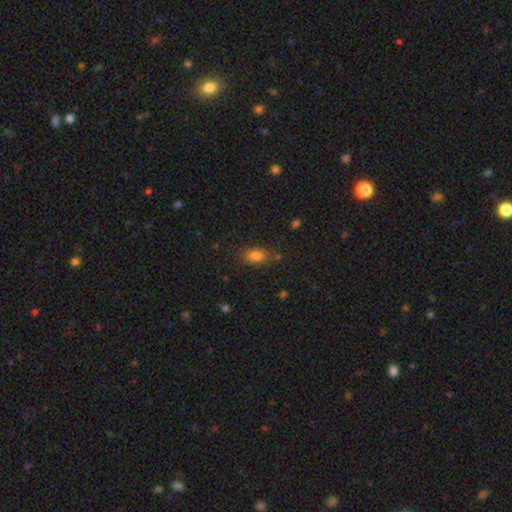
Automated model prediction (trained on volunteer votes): A smooth galaxy with no disk features (81%) that is in between round and cigar-shaped (85%).

Vote fractions:
- Smooth or featured? smooth: 81% / star or artifact: 11% / featured or disk: 7%
- How rounded? in between: 85% / round: 11% / cigar-shaped: 4%
- Merging? none: 75% / minor disturbance: 16% / major disturbance: 5% / merger: 3%